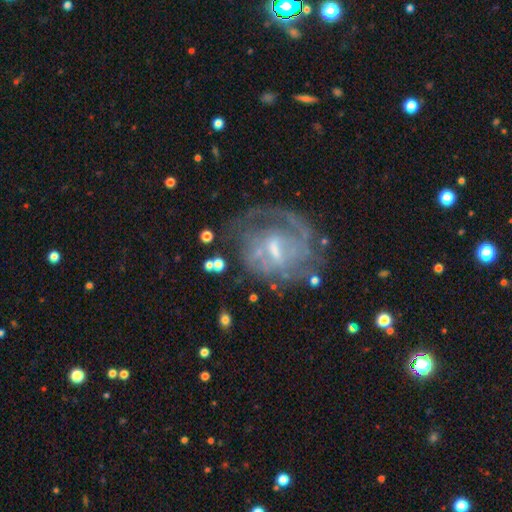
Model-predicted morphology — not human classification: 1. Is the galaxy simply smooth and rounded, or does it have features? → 78% featured or disk, 12% smooth, 10% star or artifact.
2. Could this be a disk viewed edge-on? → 97% no, 3% yes.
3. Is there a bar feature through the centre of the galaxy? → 56% weak, 22% strong, 22% no.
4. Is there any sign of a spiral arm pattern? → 83% yes, 17% no.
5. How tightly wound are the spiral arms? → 50% tight, 36% medium, 14% loose.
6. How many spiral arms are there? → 39% can't tell, 29% 2, 16% 1, 10% 3, 4% 4, 3% more than 4.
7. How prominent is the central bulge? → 46% small, 35% moderate, 14% none, 3% large, 1% dominant.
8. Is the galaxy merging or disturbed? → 60% none, 19% minor disturbance, 18% major disturbance, 3% merger.